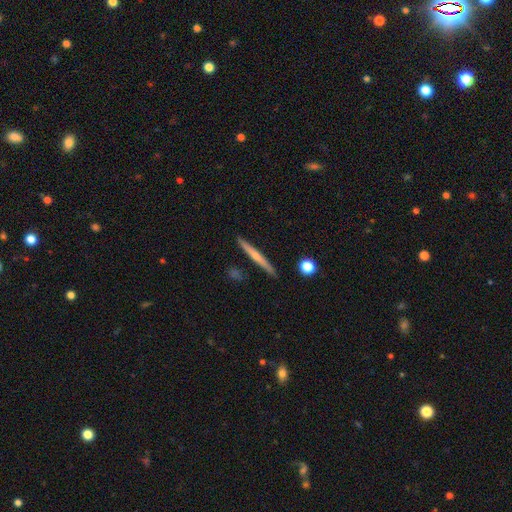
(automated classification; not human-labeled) Q: Smooth or featured?
A: featured or disk (48%); runner-up: smooth (46%)
Q: Merging?
A: none (89%); runner-up: minor disturbance (8%)